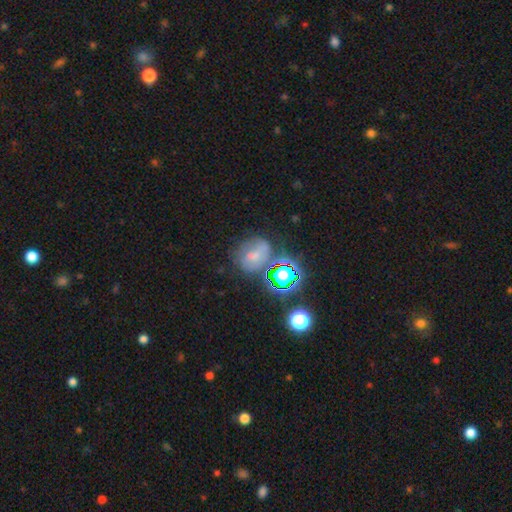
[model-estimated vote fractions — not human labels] smooth_or_featured: smooth (p=0.44) [alt: star or artifact p=0.28]
merging: none (p=0.51) [alt: minor disturbance p=0.23]